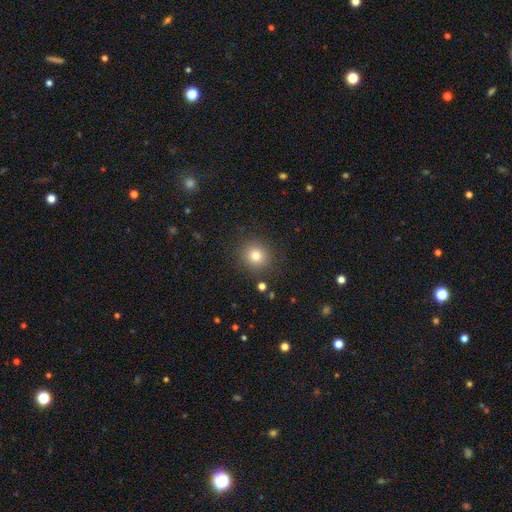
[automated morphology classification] smooth_or_featured: smooth (p=0.79) [alt: star or artifact p=0.13]
how_rounded: round (p=0.87) [alt: in between p=0.12]
merging: none (p=0.87) [alt: minor disturbance p=0.08]